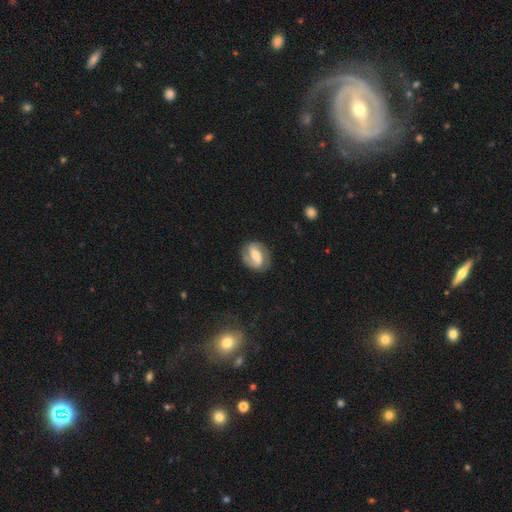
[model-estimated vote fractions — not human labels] A featured or disk galaxy (73%) with a strong bar (51%), 2 (85%) medium (42%) spiral arms (84%) and a moderate central bulge (59%). Merging: none (80%).